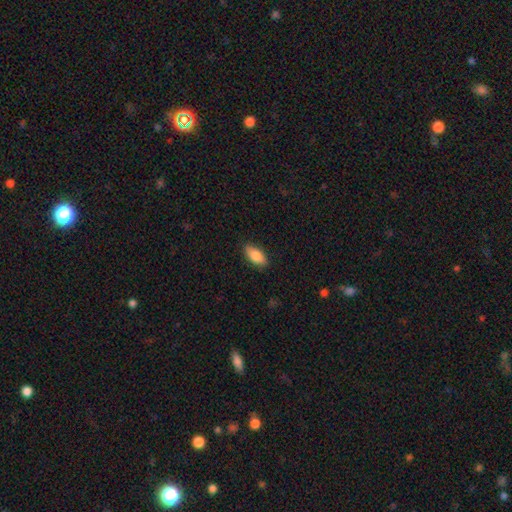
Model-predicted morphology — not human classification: Smooth or featured? Predicted: smooth (p=0.83). How rounded? Predicted: in between (p=0.88). Merging? Predicted: none (p=0.87).